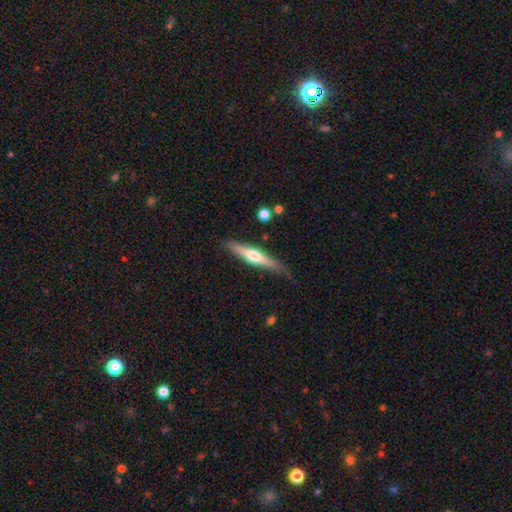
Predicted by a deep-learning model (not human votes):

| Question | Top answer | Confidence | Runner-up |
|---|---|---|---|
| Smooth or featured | featured or disk | 60% | smooth (35%) |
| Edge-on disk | yes | 96% | no (4%) |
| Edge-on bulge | rounded | 90% | boxy (5%) |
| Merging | none | 78% | minor disturbance (16%) |